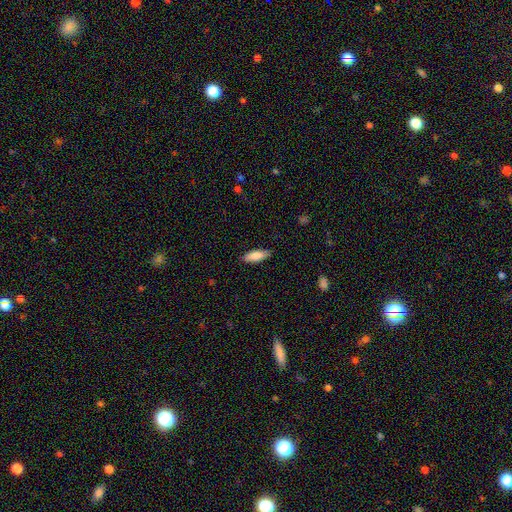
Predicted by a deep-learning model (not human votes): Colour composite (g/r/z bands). It shows a smooth galaxy with no disk features (84%) that is in between round and cigar-shaped (64%). Merging: none (87%).